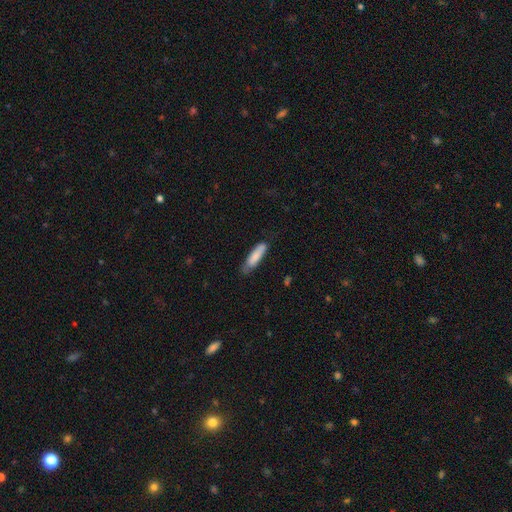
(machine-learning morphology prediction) smooth-or-featured: smooth: 83% | featured or disk: 11% | star or artifact: 6%
  how-rounded: cigar-shaped: 68% | in between: 30% | round: 1%
  merging: none: 71% | minor disturbance: 23% | major disturbance: 4% | merger: 2%